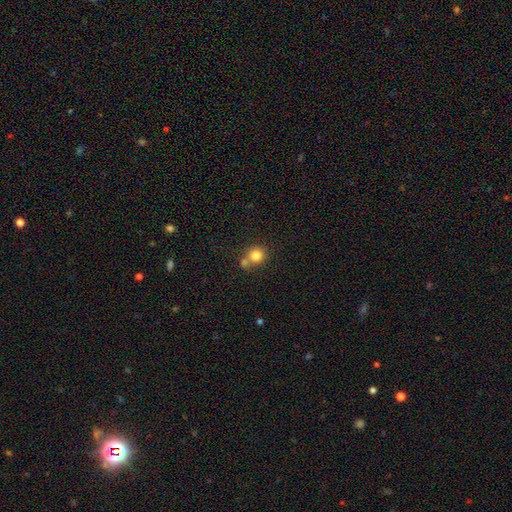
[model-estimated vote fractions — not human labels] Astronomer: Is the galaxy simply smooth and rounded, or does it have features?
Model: smooth — 81%.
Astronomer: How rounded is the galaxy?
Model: round — 86%.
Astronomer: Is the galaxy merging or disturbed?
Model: none — 54% (runner-up: merger, 33%).